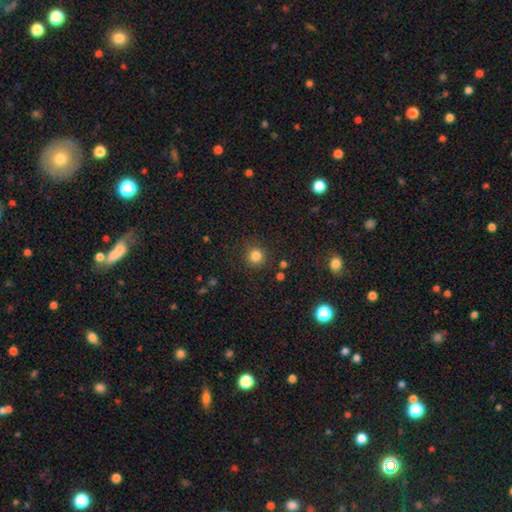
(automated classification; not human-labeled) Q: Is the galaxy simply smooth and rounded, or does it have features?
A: smooth — 83%.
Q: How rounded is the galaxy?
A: round — 93%.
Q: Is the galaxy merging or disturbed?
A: none — 87%.